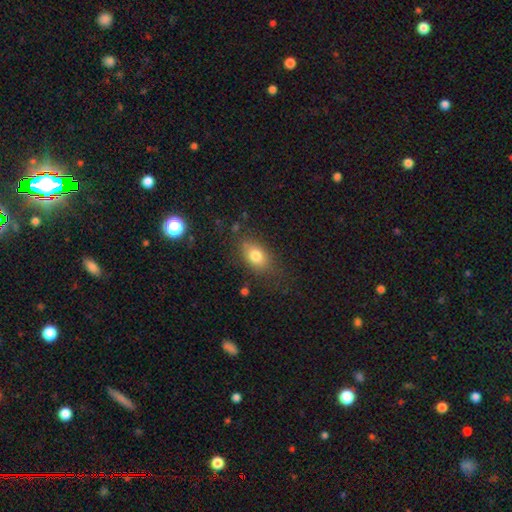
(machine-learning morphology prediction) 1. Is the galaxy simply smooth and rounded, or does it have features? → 78% smooth, 13% featured or disk, 9% star or artifact.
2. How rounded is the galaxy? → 81% in between, 16% round, 3% cigar-shaped.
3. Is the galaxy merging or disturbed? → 73% none, 18% minor disturbance, 7% major disturbance, 2% merger.